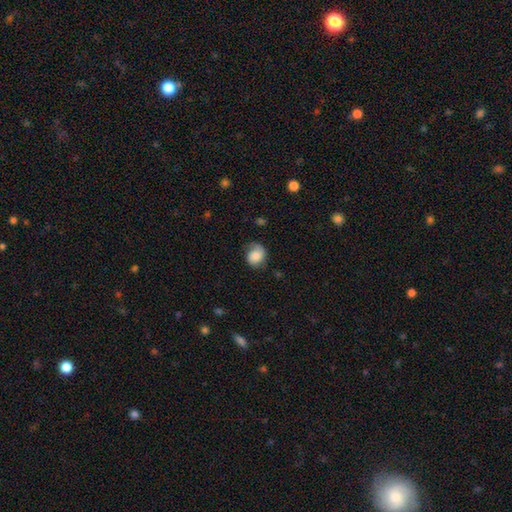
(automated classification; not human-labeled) Smooth or featured: smooth — 68% (featured or disk — 23%)
How rounded: round — 63% (in between — 36%)
Merging: none — 56% (minor disturbance — 29%)